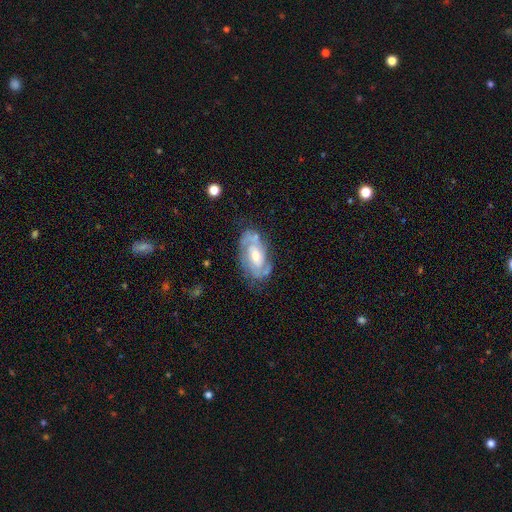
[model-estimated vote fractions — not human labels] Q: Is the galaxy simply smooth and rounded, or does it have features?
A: featured or disk — 81%.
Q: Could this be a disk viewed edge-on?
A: no — 95%.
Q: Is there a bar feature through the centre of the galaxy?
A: no — 50%.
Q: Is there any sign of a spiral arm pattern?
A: yes — 91%.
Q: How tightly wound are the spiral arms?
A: tight — 53%.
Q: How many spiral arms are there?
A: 2 — 59%.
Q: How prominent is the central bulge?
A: moderate — 62%.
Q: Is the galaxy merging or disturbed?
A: none — 70%.